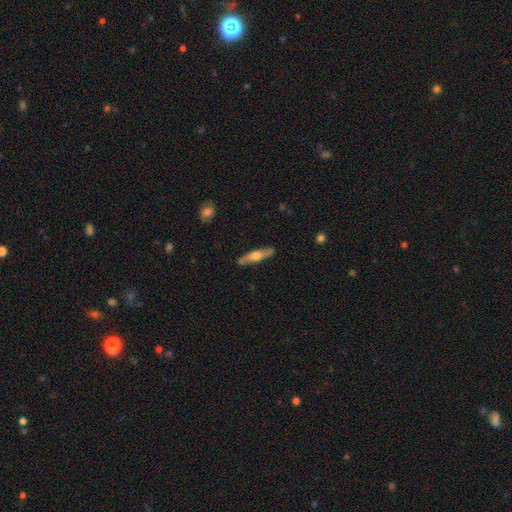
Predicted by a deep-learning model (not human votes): featured or disk 49%, smooth 45%, star or artifact 5%. Down the decision tree: merging — none (88%).